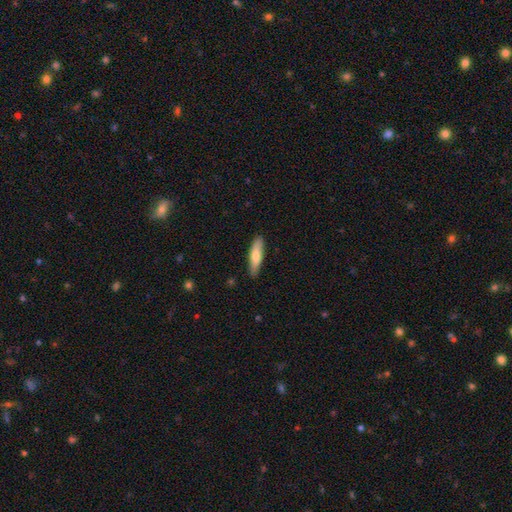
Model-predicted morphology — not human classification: Smooth or featured? smooth (72%)
How rounded? cigar-shaped (70%)
Merging? none (86%)